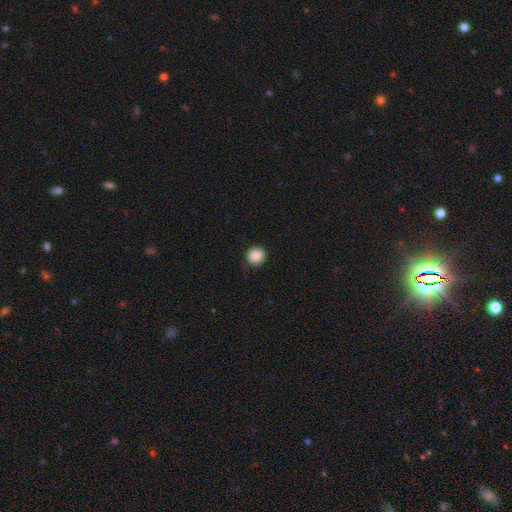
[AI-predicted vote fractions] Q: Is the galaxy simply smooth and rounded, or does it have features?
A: smooth — 89%.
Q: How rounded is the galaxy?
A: round — 92%.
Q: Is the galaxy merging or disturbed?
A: none — 88%.